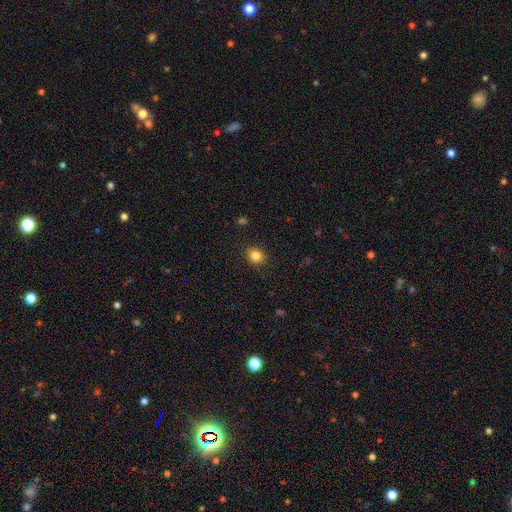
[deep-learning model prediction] Smooth or featured?
  - smooth: 83% *
  - star or artifact: 11%
  - featured or disk: 5%
How rounded?
  - round: 73% *
  - in between: 26%
  - cigar-shaped: 1%
Merging?
  - none: 90% *
  - minor disturbance: 7%
  - major disturbance: 2%
  - merger: 1%